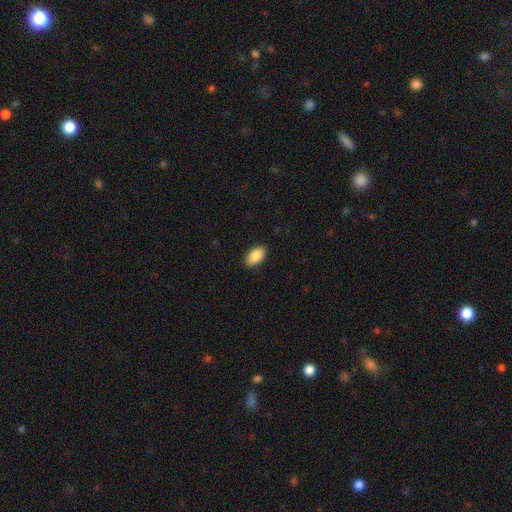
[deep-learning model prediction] The model was most divided on "smooth or featured": smooth: 87%, star or artifact: 7%, featured or disk: 6%. More confident: how rounded — in between (94%); merging — none (89%).